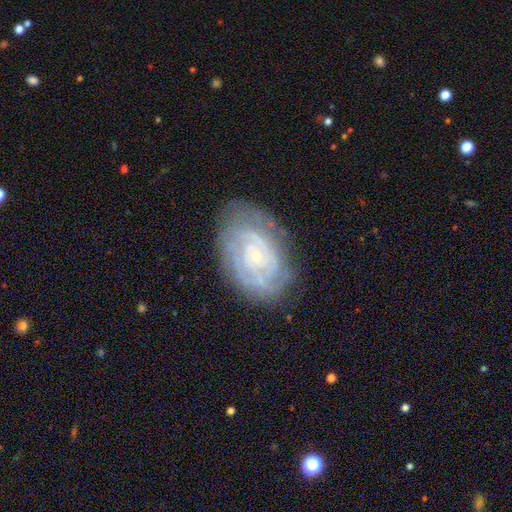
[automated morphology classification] Q: Smooth or featured?
A: featured or disk (80%); runner-up: smooth (13%)
Q: Edge-on disk?
A: no (97%); runner-up: yes (3%)
Q: Bar?
A: no (75%); runner-up: weak (21%)
Q: Spiral arms?
A: yes (93%); runner-up: no (7%)
Q: Spiral winding?
A: tight (75%); runner-up: medium (20%)
Q: Spiral arm count?
A: can't tell (40%); runner-up: 2 (26%)
Q: Bulge size?
A: small (81%); runner-up: moderate (12%)
Q: Merging?
A: none (75%); runner-up: minor disturbance (18%)